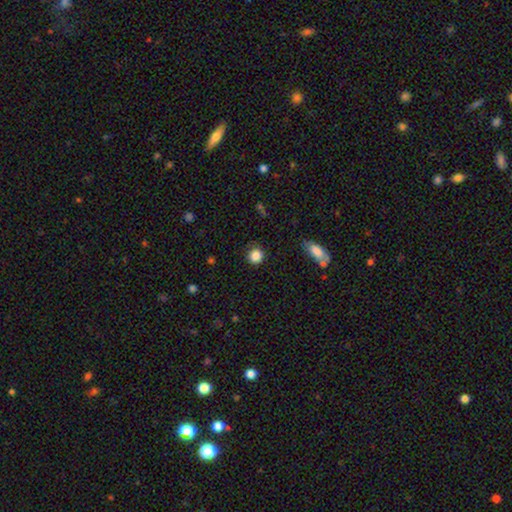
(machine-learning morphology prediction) smooth_or_featured: smooth (p=0.87) [alt: star or artifact p=0.10]
how_rounded: round (p=0.90) [alt: in between p=0.09]
merging: none (p=0.85) [alt: minor disturbance p=0.10]